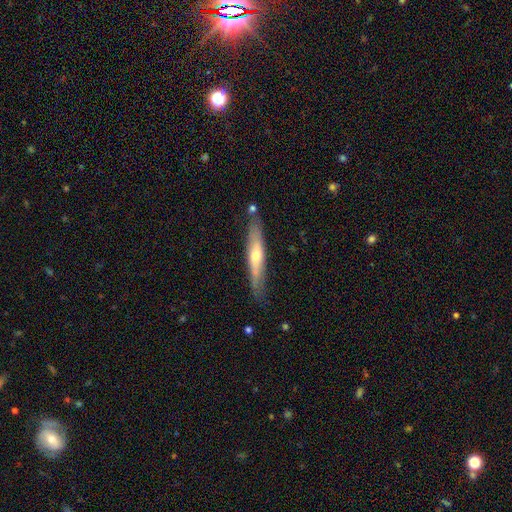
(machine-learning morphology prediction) The model was most divided on "smooth or featured": featured or disk: 54%, smooth: 40%, star or artifact: 6%. More confident: edge-on disk — yes (85%); merging — none (80%).